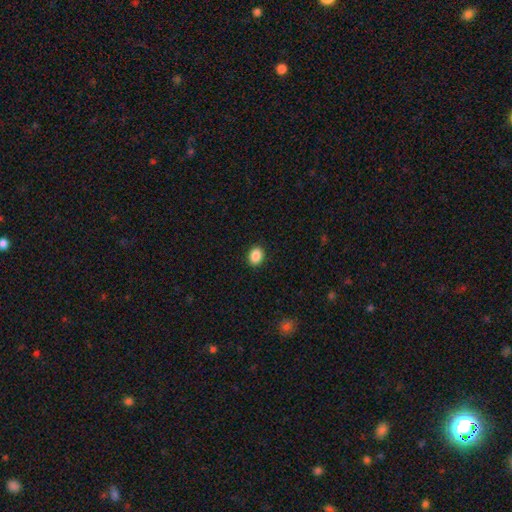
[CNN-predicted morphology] Smooth or featured? Predicted: smooth (p=0.89). How rounded? Predicted: in between (p=0.59). Merging? Predicted: none (p=0.91).